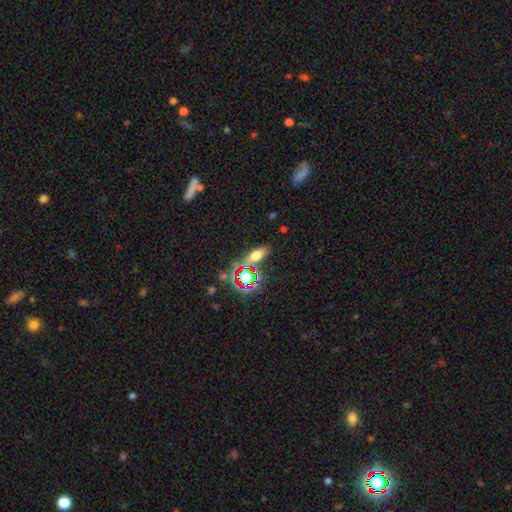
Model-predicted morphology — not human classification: Q: Smooth or featured?
A: smooth (55%); runner-up: star or artifact (25%)
Q: How rounded?
A: in between (61%); runner-up: cigar-shaped (29%)
Q: Merging?
A: none (75%); runner-up: minor disturbance (12%)